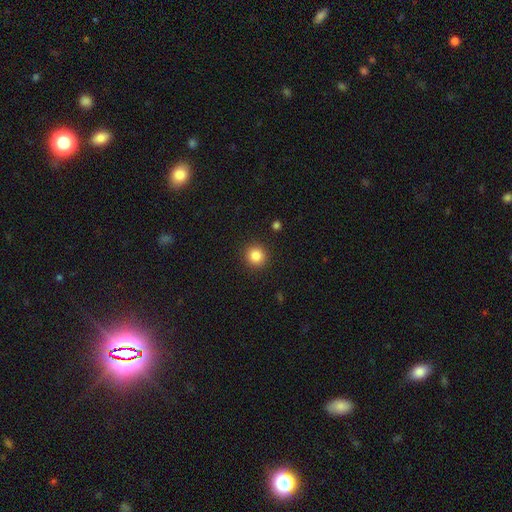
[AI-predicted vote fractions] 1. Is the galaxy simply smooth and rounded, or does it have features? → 84% smooth, 11% star or artifact, 5% featured or disk.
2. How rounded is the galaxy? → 93% round, 6% in between, 1% cigar-shaped.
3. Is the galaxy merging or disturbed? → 92% none, 5% minor disturbance, 2% major disturbance, 1% merger.